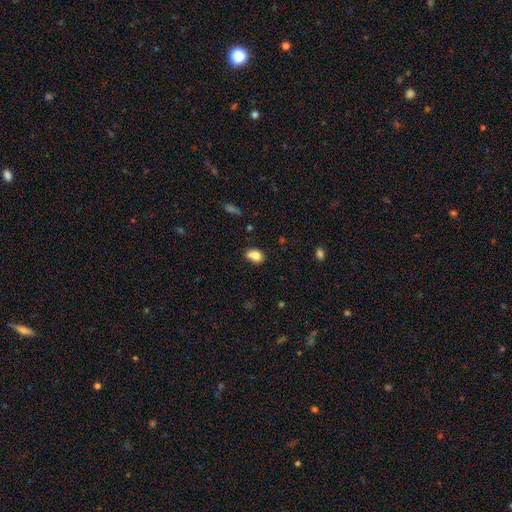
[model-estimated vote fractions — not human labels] Morphology: type=smooth (78%); roundness=in between (63%); merging=none (53%).